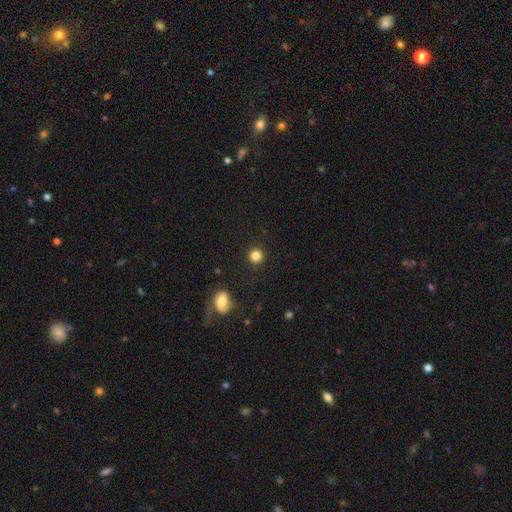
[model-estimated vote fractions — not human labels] smooth_or_featured: smooth (p=0.84) [alt: star or artifact p=0.12]
how_rounded: round (p=0.93) [alt: in between p=0.06]
merging: none (p=0.90) [alt: minor disturbance p=0.06]